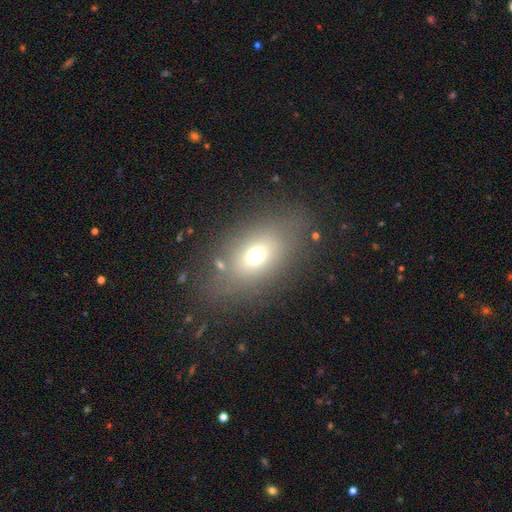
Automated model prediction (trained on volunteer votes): This appears to be a smooth galaxy with no disk features (65%) that is in between round and cigar-shaped (68%). Merging: none (72%).